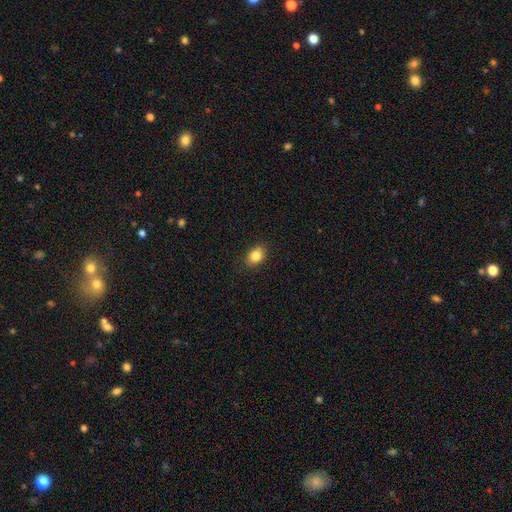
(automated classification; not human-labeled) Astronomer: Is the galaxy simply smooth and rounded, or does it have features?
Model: smooth — 84%.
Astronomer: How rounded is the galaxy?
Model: in between — 68%.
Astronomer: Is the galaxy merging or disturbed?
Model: none — 87%.